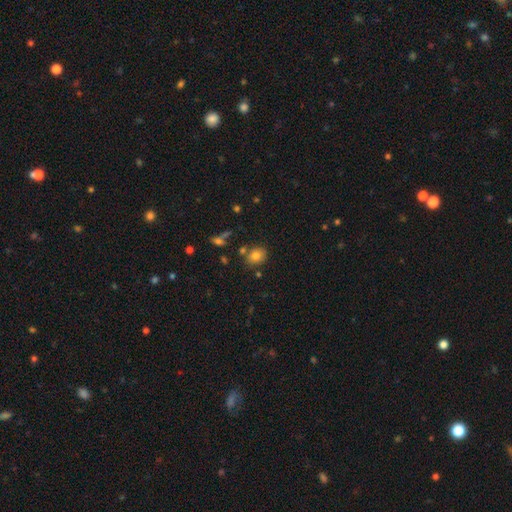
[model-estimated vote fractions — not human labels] Overall: smooth (79%). How rounded: round (56%; in between 43%). Merging: none (75%).